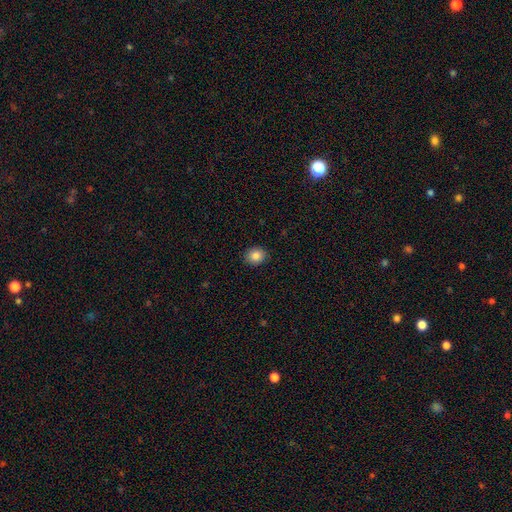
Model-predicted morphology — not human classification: Smooth or featured? Predicted: smooth (p=0.85). How rounded? Predicted: round (p=0.72). Merging? Predicted: none (p=0.90).